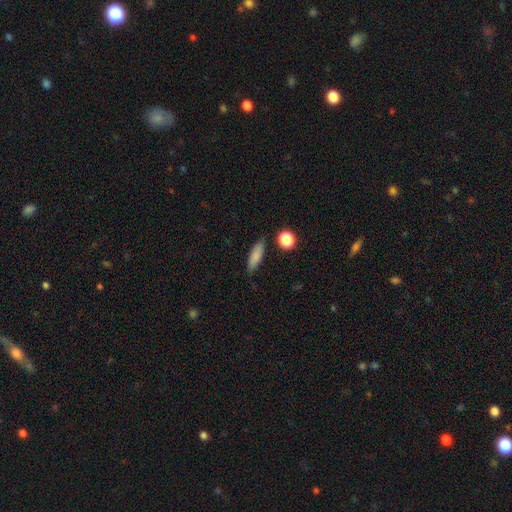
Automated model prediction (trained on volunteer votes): A smooth galaxy with no disk features (82%) that is in between round and cigar-shaped (49%).

Vote fractions:
- Smooth or featured? smooth: 82% / featured or disk: 10% / star or artifact: 9%
- How rounded? in between: 49% / cigar-shaped: 47% / round: 4%
- Merging? none: 81% / minor disturbance: 13% / merger: 3% / major disturbance: 3%